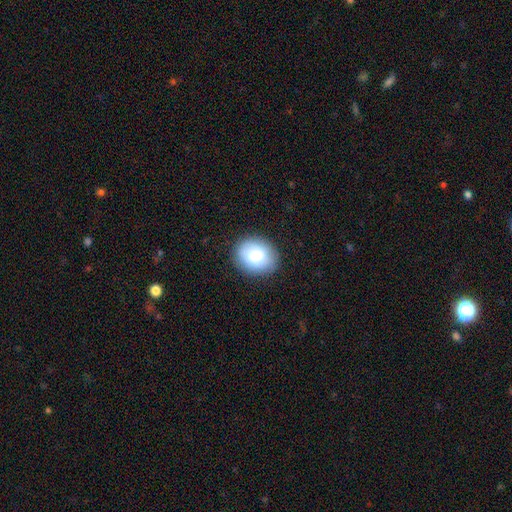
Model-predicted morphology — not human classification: Smooth or featured? smooth (79%)
How rounded? round (56%)
Merging? none (87%)